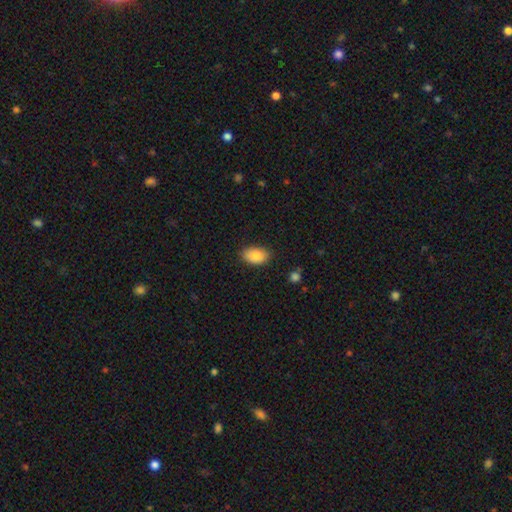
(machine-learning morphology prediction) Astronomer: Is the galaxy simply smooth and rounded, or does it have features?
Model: smooth — 85%.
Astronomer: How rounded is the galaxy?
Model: in between — 91%.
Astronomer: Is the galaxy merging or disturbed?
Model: none — 85%.